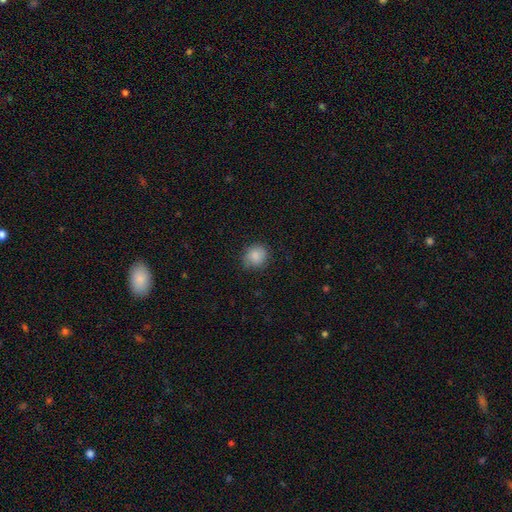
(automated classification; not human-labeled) Morphology: type=smooth (86%); roundness=round (81%); merging=none (79%).